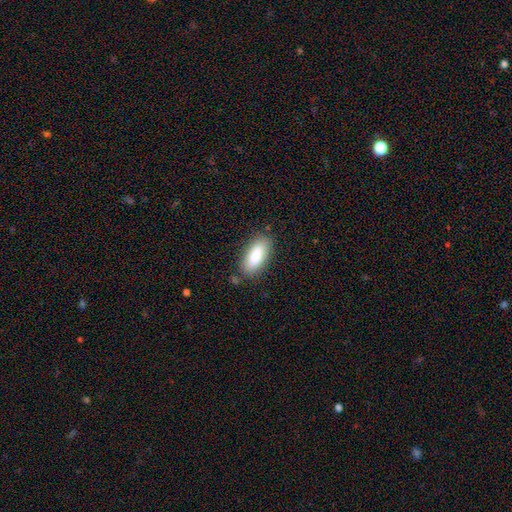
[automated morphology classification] smooth 86%, featured or disk 8%, star or artifact 6%. Down the decision tree: how rounded — in between (80%); merging — none (80%).